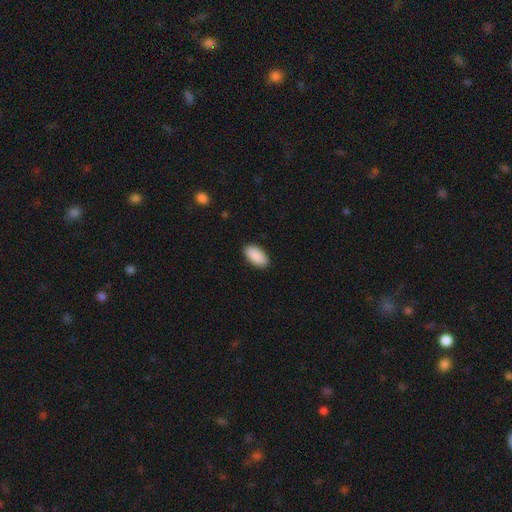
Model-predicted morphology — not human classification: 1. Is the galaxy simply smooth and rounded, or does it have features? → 91% smooth, 6% star or artifact, 3% featured or disk.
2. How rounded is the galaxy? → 94% in between, 4% cigar-shaped, 2% round.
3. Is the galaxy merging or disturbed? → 90% none, 7% minor disturbance, 2% major disturbance, 1% merger.